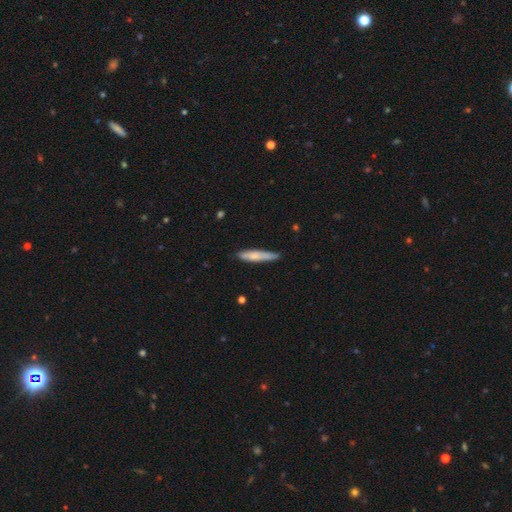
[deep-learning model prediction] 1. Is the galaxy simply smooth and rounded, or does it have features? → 71% smooth, 23% featured or disk, 6% star or artifact.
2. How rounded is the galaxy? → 89% cigar-shaped, 9% in between, 1% round.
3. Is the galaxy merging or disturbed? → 77% none, 18% minor disturbance, 3% major disturbance, 2% merger.